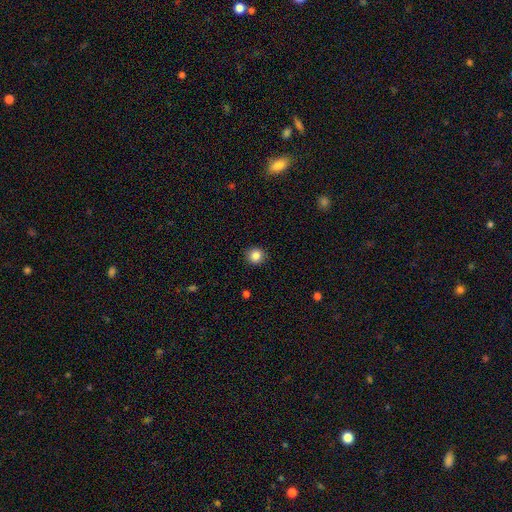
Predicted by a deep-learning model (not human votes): smooth 85%, star or artifact 10%, featured or disk 5%. Down the decision tree: how rounded — round (89%); merging — none (90%).